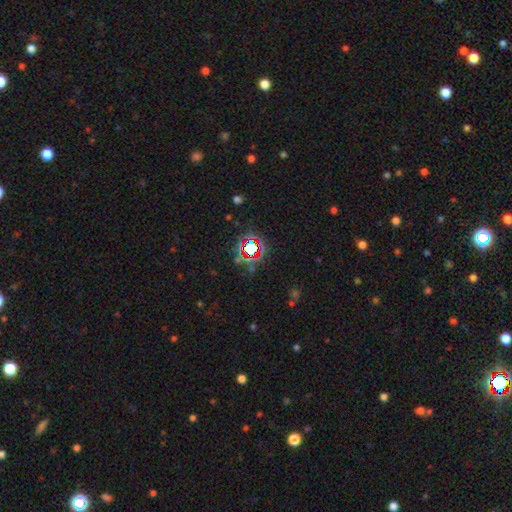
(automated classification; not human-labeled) Overall: star or artifact (58%; smooth 26%).